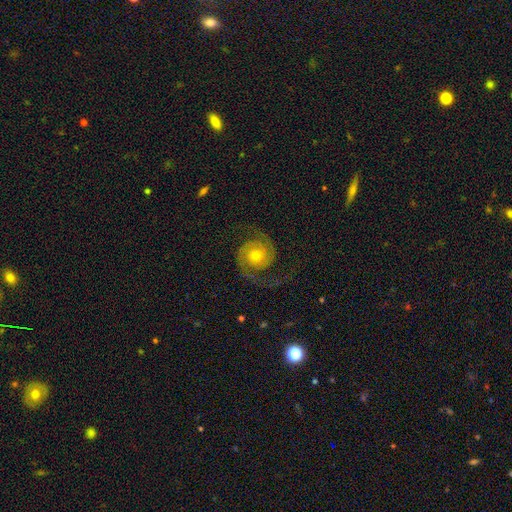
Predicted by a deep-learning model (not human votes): smooth_or_featured: featured or disk (p=0.90) [alt: star or artifact p=0.05]
disk_edge_on: no (p=0.98) [alt: yes p=0.02]
bar: no (p=0.77) [alt: weak p=0.18]
has_spiral_arms: yes (p=0.98) [alt: no p=0.02]
spiral_winding: medium (p=0.51) [alt: tight p=0.32]
spiral_arm_count: 2 (p=0.94) [alt: can't tell p=0.01]
bulge_size: moderate (p=0.52) [alt: small p=0.42]
merging: none (p=0.81) [alt: minor disturbance p=0.11]